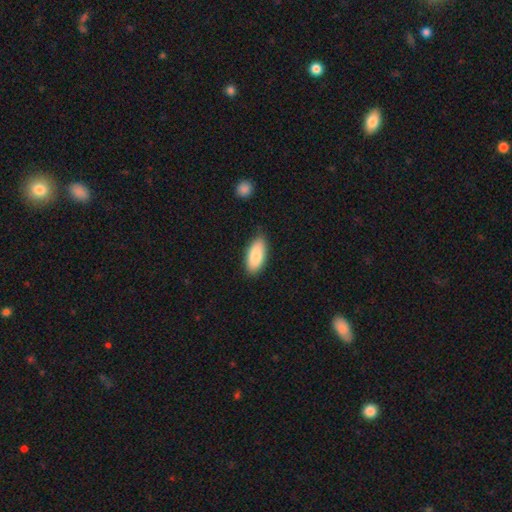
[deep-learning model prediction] Q: Smooth or featured?
A: smooth (86%); runner-up: featured or disk (8%)
Q: How rounded?
A: in between (86%); runner-up: cigar-shaped (12%)
Q: Merging?
A: none (85%); runner-up: minor disturbance (12%)